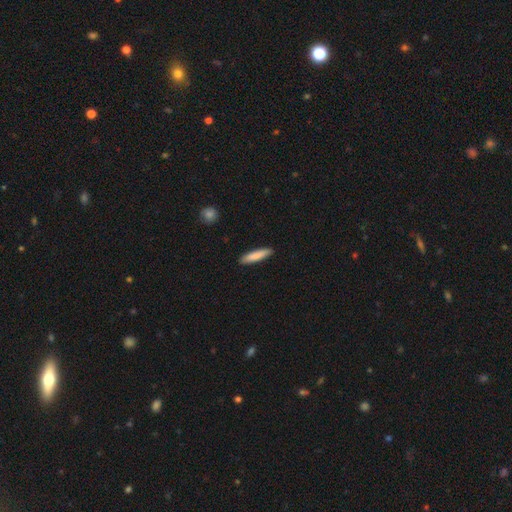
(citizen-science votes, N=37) Smooth or featured: smooth — 89% (star or artifact — 8%)
How rounded: cigar-shaped — 91% (in between — 9%)
Merging: none — 79% (minor disturbance — 12%)